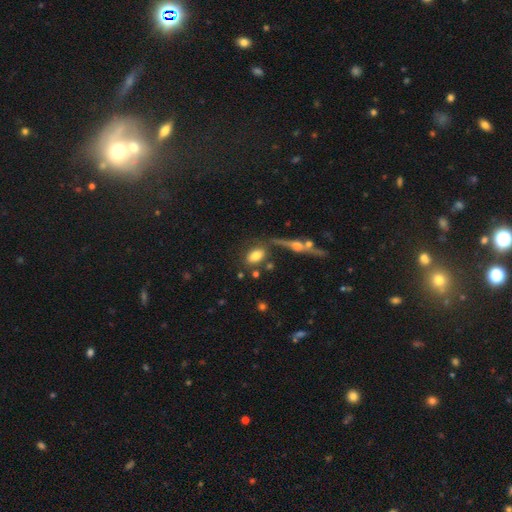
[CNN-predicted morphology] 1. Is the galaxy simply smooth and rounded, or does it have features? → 78% smooth, 13% featured or disk, 9% star or artifact.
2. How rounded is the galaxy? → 85% in between, 11% round, 4% cigar-shaped.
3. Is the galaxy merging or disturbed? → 63% none, 15% merger, 15% minor disturbance, 7% major disturbance.